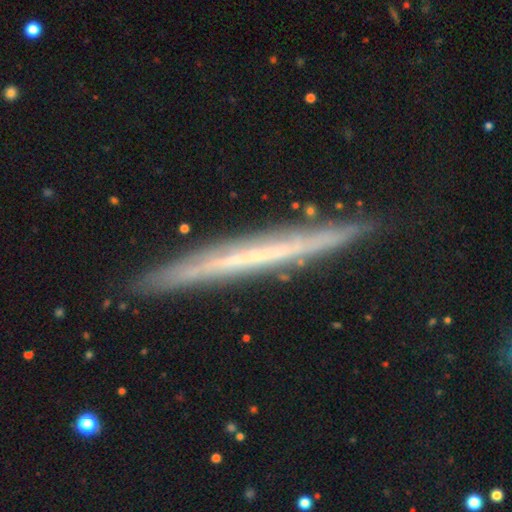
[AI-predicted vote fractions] Smooth or featured: featured or disk — 65% (smooth — 28%)
Edge-on disk: yes — 96% (no — 4%)
Edge-on bulge: none — 91% (rounded — 5%)
Merging: none — 89% (minor disturbance — 8%)